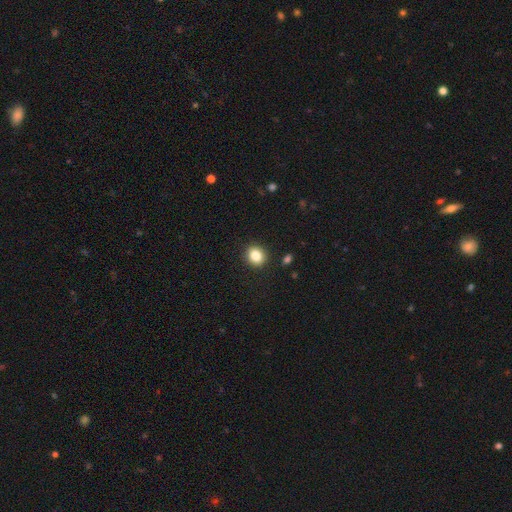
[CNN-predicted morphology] smooth 84%, star or artifact 10%, featured or disk 6%. Down the decision tree: how rounded — round (75%); merging — none (91%).